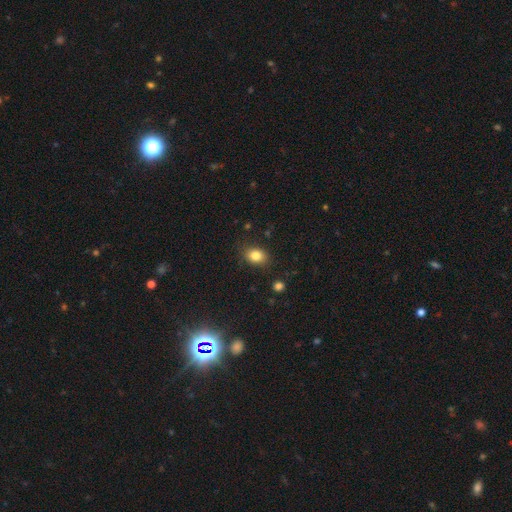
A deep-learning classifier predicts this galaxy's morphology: type=smooth (83%); roundness=in between (68%); merging=none (83%).